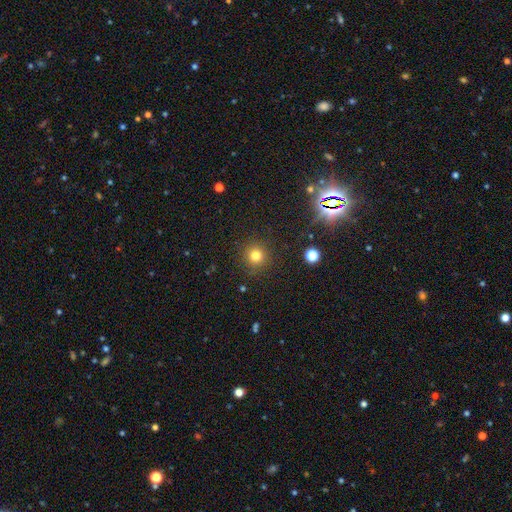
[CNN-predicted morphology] smooth-or-featured: smooth: 79% | star or artifact: 15% | featured or disk: 6%
  how-rounded: round: 94% | in between: 5% | cigar-shaped: 1%
  merging: none: 90% | minor disturbance: 6% | major disturbance: 3% | merger: 1%